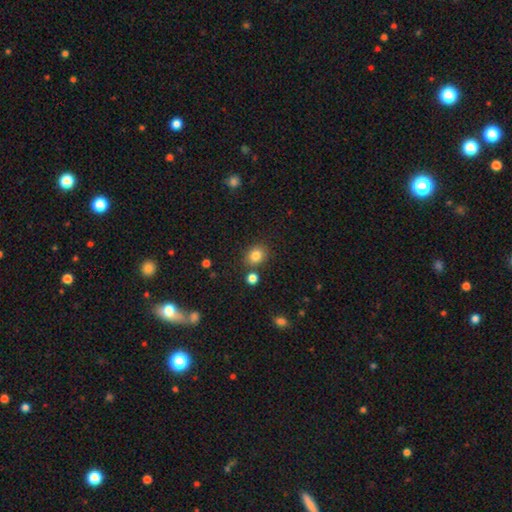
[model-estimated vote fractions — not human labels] smooth_or_featured: smooth (p=0.83) [alt: star or artifact p=0.11]
how_rounded: round (p=0.63) [alt: in between p=0.36]
merging: none (p=0.77) [alt: minor disturbance p=0.11]